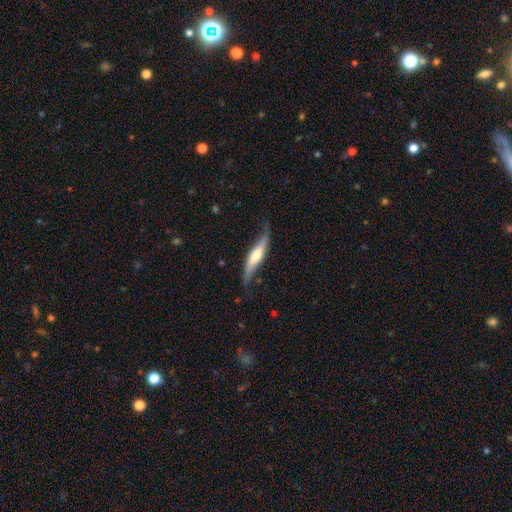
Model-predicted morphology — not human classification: Smooth or featured? featured or disk (57%)
Edge-on disk? yes (64%)
Merging? none (60%)